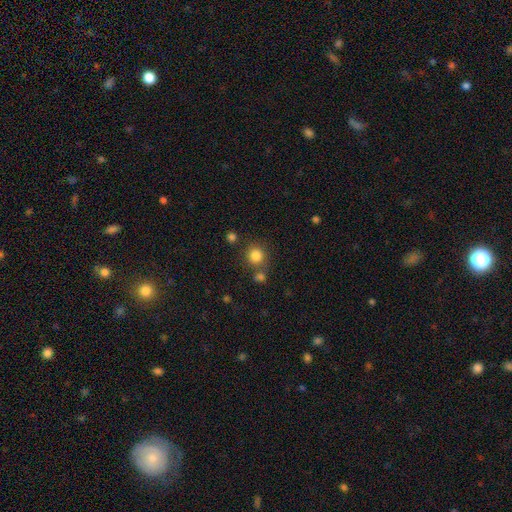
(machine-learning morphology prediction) Overall: smooth (82%). How rounded: round (91%). Merging: none (74%).